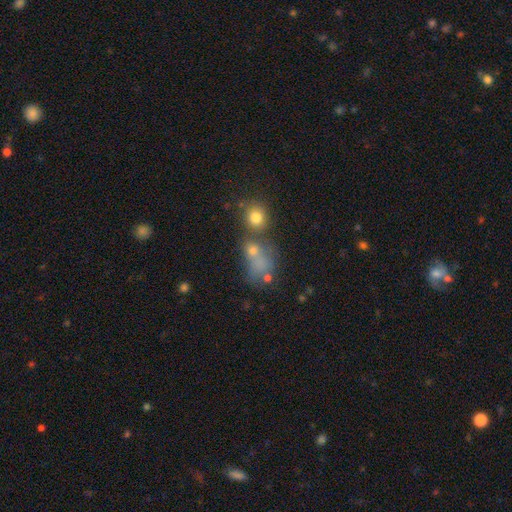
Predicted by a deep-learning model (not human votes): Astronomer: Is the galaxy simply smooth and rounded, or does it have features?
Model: smooth — 62%.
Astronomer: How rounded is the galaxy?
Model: in between — 54% (runner-up: round, 43%).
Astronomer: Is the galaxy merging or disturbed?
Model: merger — 40% (runner-up: none, 31%).